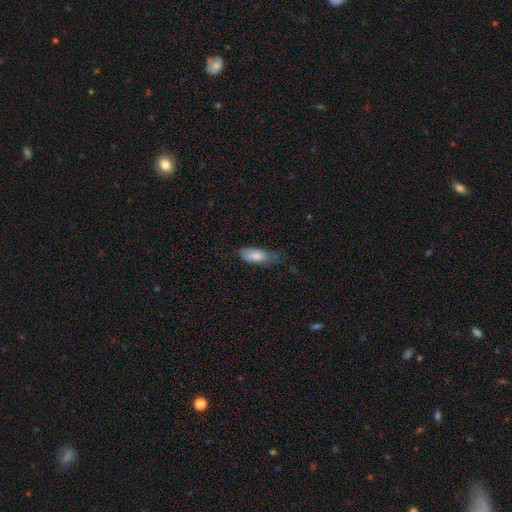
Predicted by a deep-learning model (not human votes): Q: Smooth or featured?
A: smooth (78%); runner-up: featured or disk (16%)
Q: How rounded?
A: in between (81%); runner-up: cigar-shaped (17%)
Q: Merging?
A: minor disturbance (42%); runner-up: none (39%)